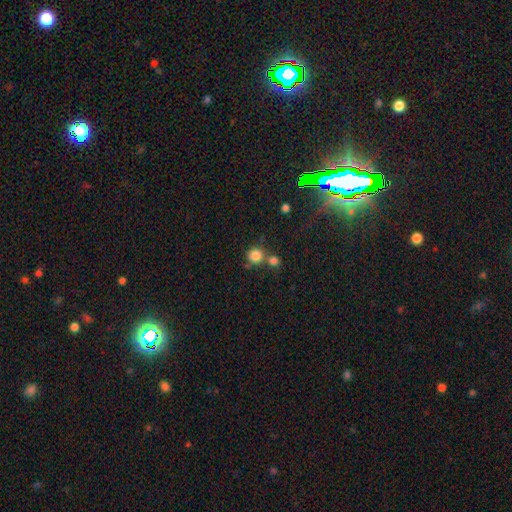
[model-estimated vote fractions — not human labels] A smooth galaxy with no disk features (83%) that is round (91%).

Vote fractions:
- Smooth or featured? smooth: 83% / star or artifact: 11% / featured or disk: 6%
- How rounded? round: 91% / in between: 8% / cigar-shaped: 1%
- Merging? none: 59% / merger: 29% / minor disturbance: 8% / major disturbance: 4%